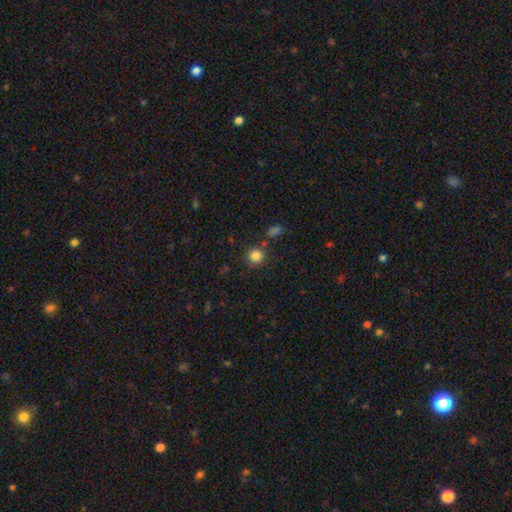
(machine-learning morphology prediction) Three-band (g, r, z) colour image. It shows a smooth galaxy with no disk features (84%) that is round (92%). Merging: none (82%).